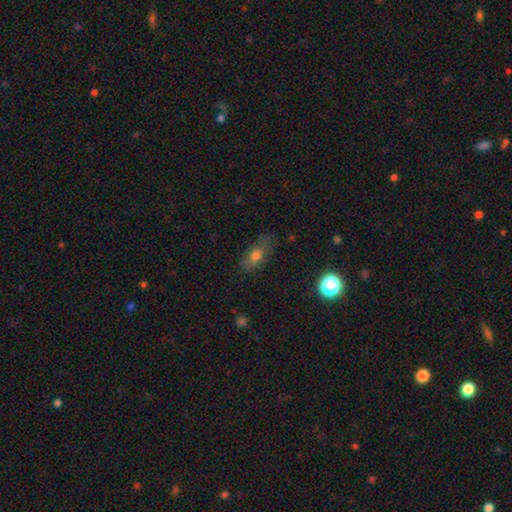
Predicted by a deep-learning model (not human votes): The model was most divided on "smooth or featured": smooth: 68%, featured or disk: 20%, star or artifact: 12%. More confident: how rounded — in between (79%); merging — none (71%).